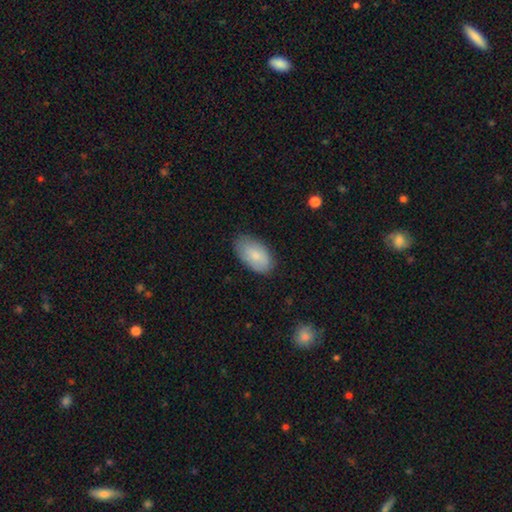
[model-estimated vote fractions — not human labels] smooth 80%, featured or disk 14%, star or artifact 6%. Down the decision tree: how rounded — in between (94%); merging — none (77%).